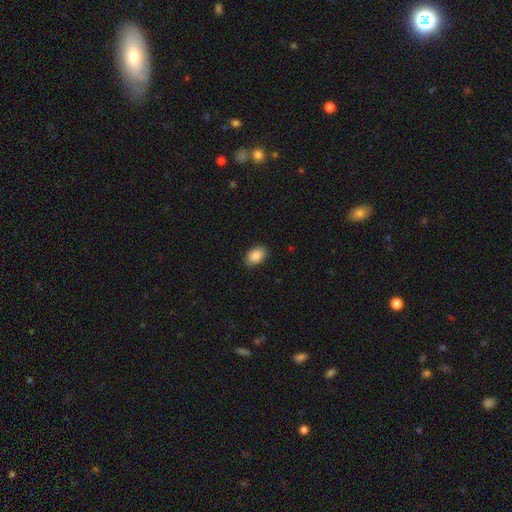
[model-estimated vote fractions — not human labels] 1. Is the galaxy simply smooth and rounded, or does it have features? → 89% smooth, 7% star or artifact, 5% featured or disk.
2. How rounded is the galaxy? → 88% in between, 10% round, 1% cigar-shaped.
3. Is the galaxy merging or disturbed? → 88% none, 9% minor disturbance, 2% major disturbance, 1% merger.